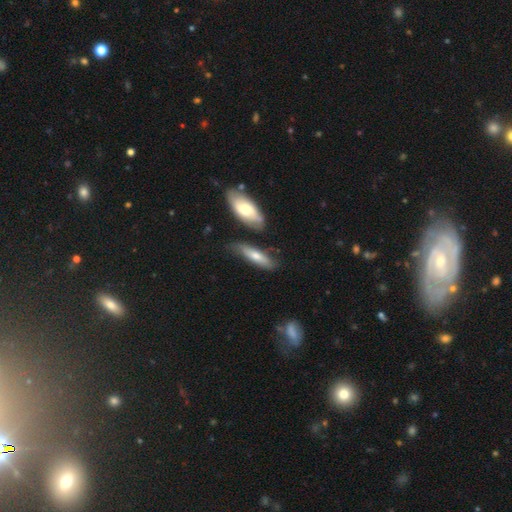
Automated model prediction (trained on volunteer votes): Morphology: type=smooth (60%); roundness=cigar-shaped (58%); merging=none (67%).